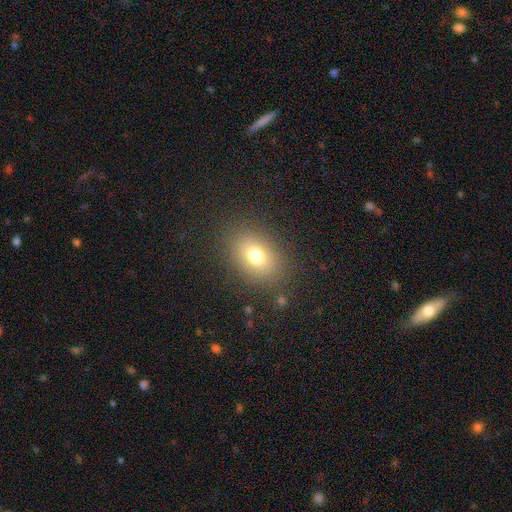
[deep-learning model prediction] Morphology: type=smooth (75%); roundness=in between (72%); merging=none (85%).